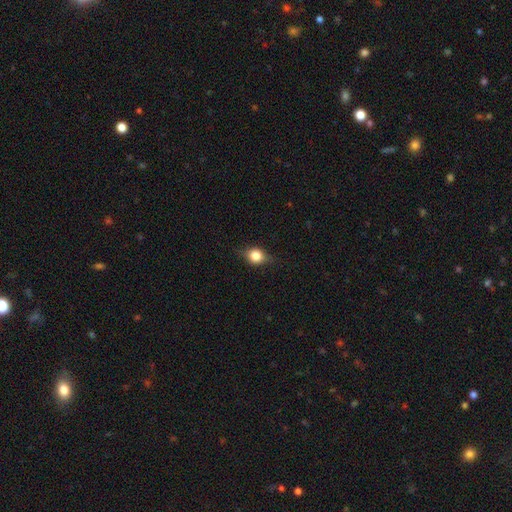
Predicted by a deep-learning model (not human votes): A smooth galaxy with no disk features (72%) that is round (60%).

Vote fractions:
- Smooth or featured? smooth: 72% / featured or disk: 18% / star or artifact: 10%
- How rounded? round: 60% / in between: 38% / cigar-shaped: 3%
- Merging? none: 77% / minor disturbance: 18% / major disturbance: 4% / merger: 1%